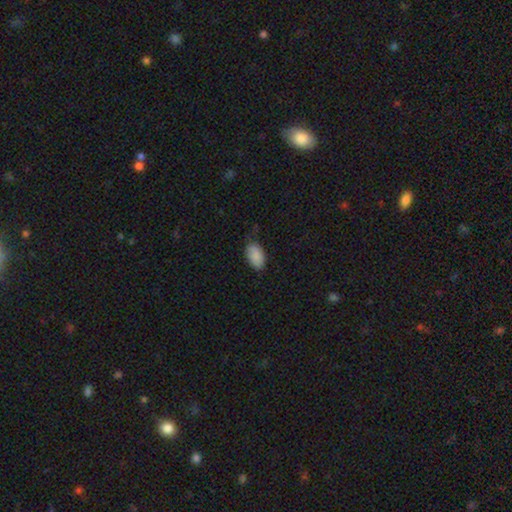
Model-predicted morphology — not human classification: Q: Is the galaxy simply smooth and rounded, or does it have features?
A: smooth — 88%.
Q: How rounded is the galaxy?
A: in between — 93%.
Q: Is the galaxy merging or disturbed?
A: none — 71%.